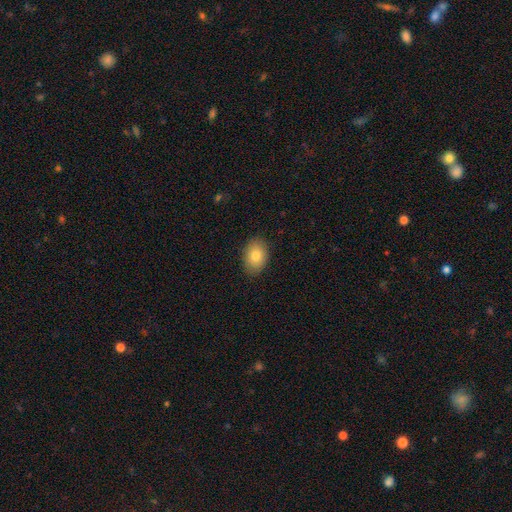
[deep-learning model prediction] Smooth or featured?
  - smooth: 81% *
  - featured or disk: 11%
  - star or artifact: 8%
How rounded?
  - in between: 83% *
  - round: 16%
  - cigar-shaped: 1%
Merging?
  - none: 88% *
  - minor disturbance: 9%
  - major disturbance: 2%
  - merger: 1%